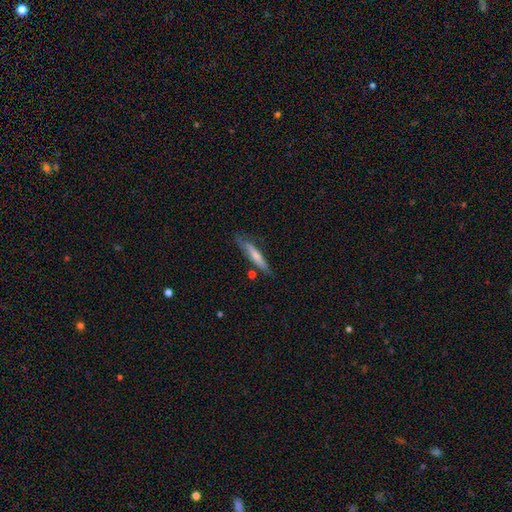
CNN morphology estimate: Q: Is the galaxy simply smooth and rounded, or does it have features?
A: smooth — 57%.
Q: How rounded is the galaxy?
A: cigar-shaped — 90%.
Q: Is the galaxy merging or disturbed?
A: none — 71%.